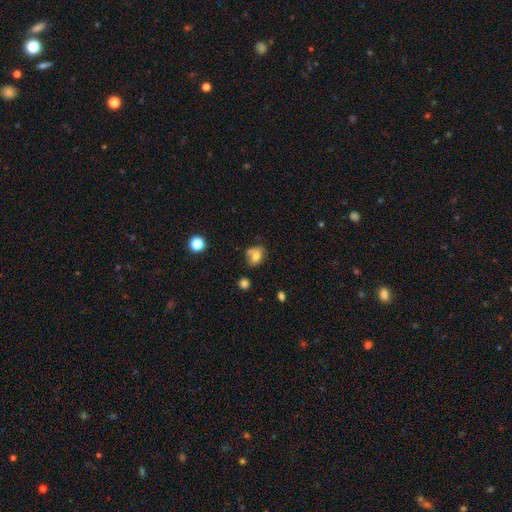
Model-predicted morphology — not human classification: smooth 68%, featured or disk 21%, star or artifact 12%. Down the decision tree: how rounded — in between (55%); merging — none (46%).